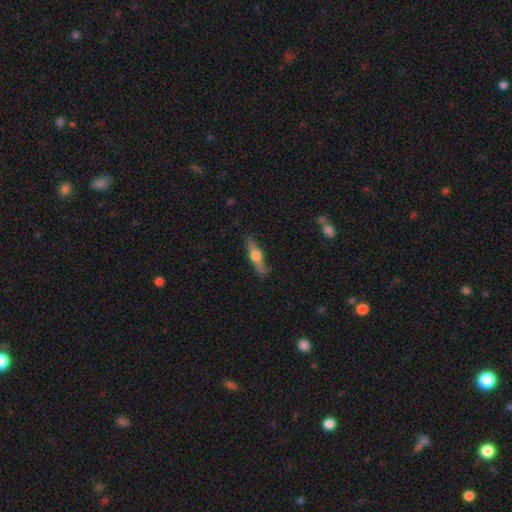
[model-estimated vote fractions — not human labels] The model was most divided on "smooth or featured": featured or disk: 63%, smooth: 31%, star or artifact: 6%. More confident: edge-on disk — yes (95%); edge-on bulge — rounded (94%); merging — none (84%).